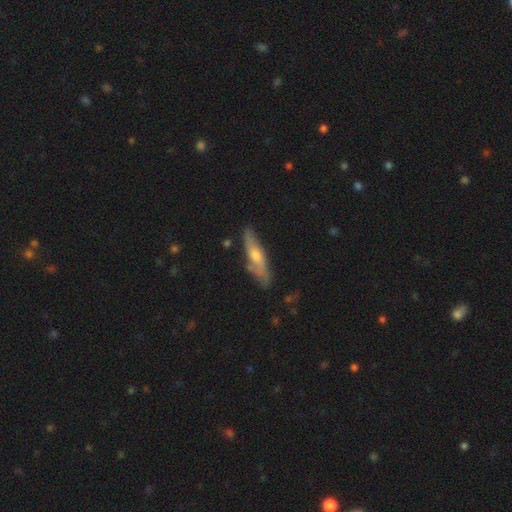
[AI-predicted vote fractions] smooth-or-featured: featured or disk: 52% | smooth: 42% | star or artifact: 6%
  disk-edge-on: yes: 62% | no: 38%
  merging: none: 76% | minor disturbance: 18% | major disturbance: 3% | merger: 2%